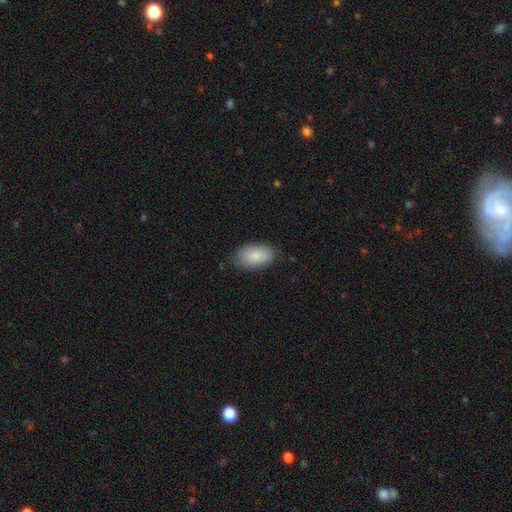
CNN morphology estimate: A smooth galaxy with no disk features (86%) that is in between round and cigar-shaped (94%). Merging: none (80%).